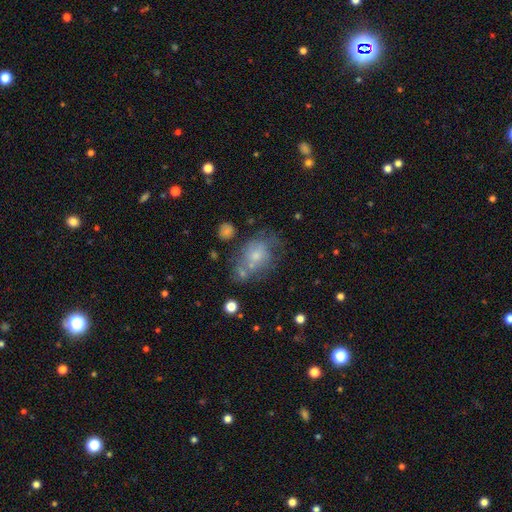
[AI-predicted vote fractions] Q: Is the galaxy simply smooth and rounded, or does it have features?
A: smooth — 49%.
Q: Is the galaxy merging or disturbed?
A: none — 38%.